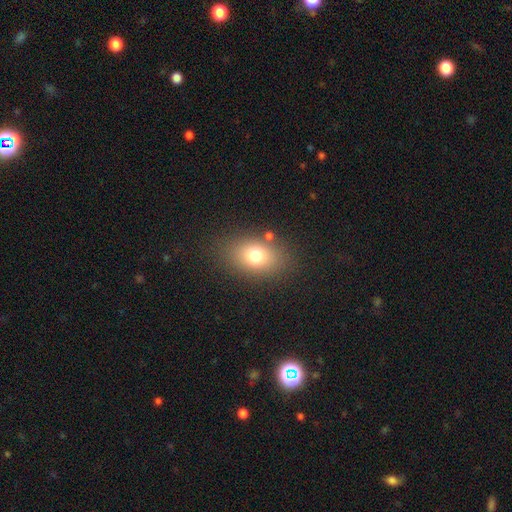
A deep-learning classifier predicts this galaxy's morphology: This appears to be a smooth galaxy with no disk features (75%) that is in between round and cigar-shaped (71%). Merging: none (80%).